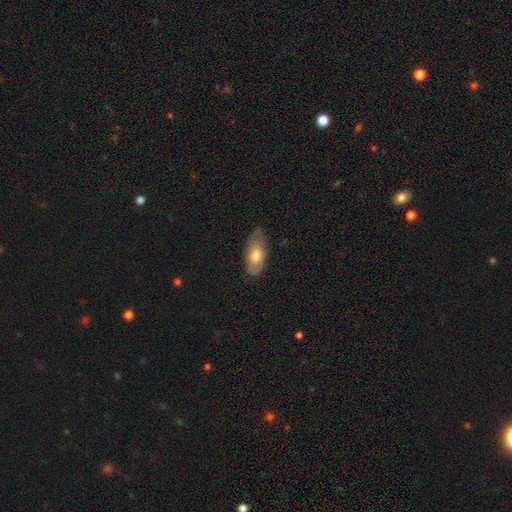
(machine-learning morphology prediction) type=smooth (65%); roundness=in between (90%); merging=none (67%).